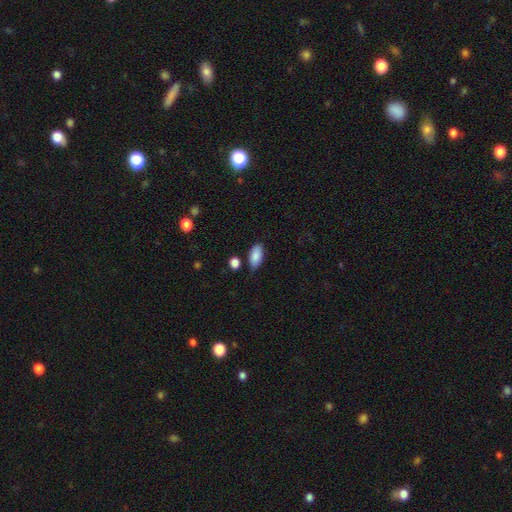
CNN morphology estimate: Q: Smooth or featured?
A: smooth (87%); runner-up: star or artifact (7%)
Q: How rounded?
A: in between (92%); runner-up: cigar-shaped (5%)
Q: Merging?
A: none (72%); runner-up: minor disturbance (20%)